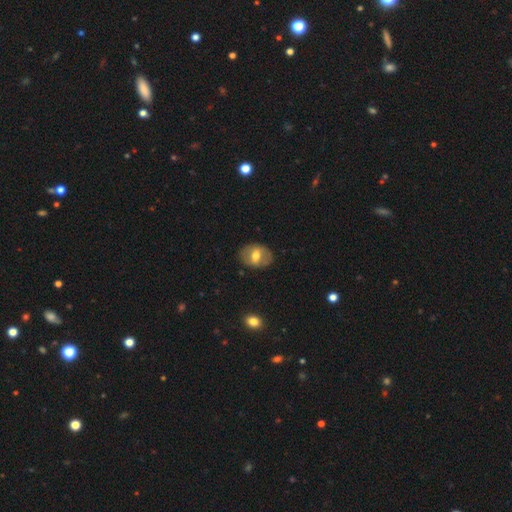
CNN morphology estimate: Smooth or featured? smooth (51%)
How rounded? in between (64%)
Merging? none (81%)